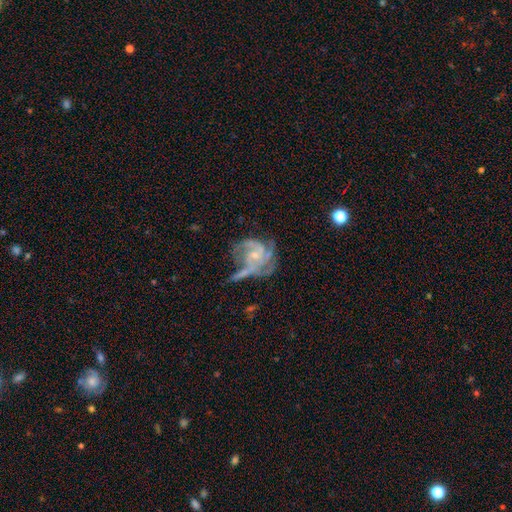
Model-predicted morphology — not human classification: smooth_or_featured: featured or disk (p=0.84) [alt: smooth p=0.09]
disk_edge_on: no (p=0.98) [alt: yes p=0.02]
bar: no (p=0.69) [alt: weak p=0.25]
has_spiral_arms: yes (p=0.93) [alt: no p=0.07]
spiral_winding: tight (p=0.44) [alt: medium p=0.42]
spiral_arm_count: 3 (p=0.38) [alt: can't tell p=0.20]
bulge_size: small (p=0.70) [alt: moderate p=0.24]
merging: none (p=0.38) [alt: major disturbance p=0.26]